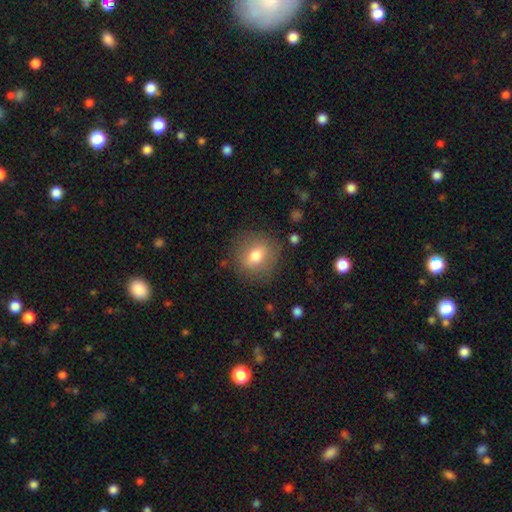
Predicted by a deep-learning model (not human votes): Morphology: type=smooth (74%); roundness=round (74%); merging=none (81%).